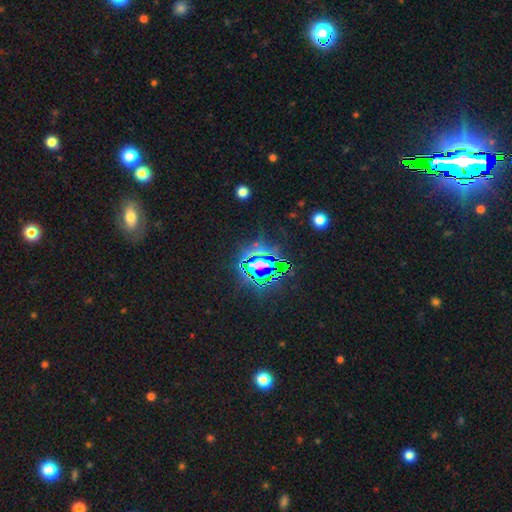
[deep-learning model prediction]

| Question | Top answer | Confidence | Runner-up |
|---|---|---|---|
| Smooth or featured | star or artifact | 78% | smooth (12%) |